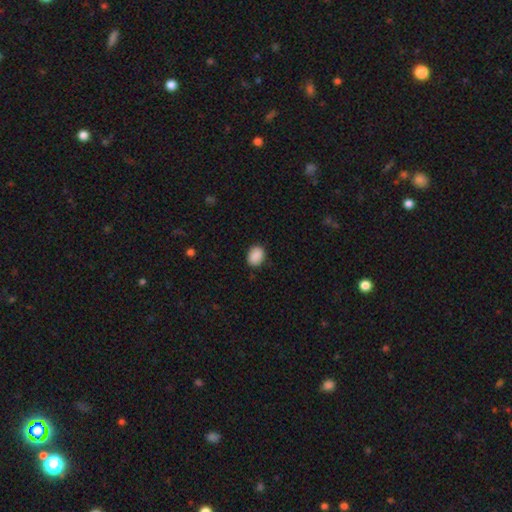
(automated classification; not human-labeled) Smooth or featured: smooth — 90% (star or artifact — 7%)
How rounded: in between — 65% (round — 34%)
Merging: none — 86% (minor disturbance — 10%)